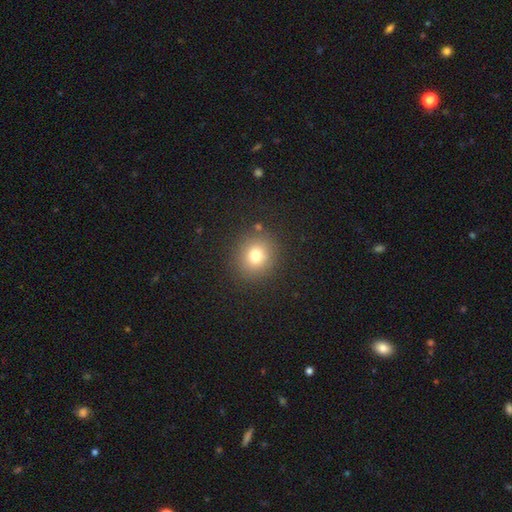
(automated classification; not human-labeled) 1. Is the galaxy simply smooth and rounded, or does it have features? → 76% smooth, 15% star or artifact, 10% featured or disk.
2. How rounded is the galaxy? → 82% round, 17% in between, 1% cigar-shaped.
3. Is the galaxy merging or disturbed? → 87% none, 8% minor disturbance, 3% major disturbance, 2% merger.